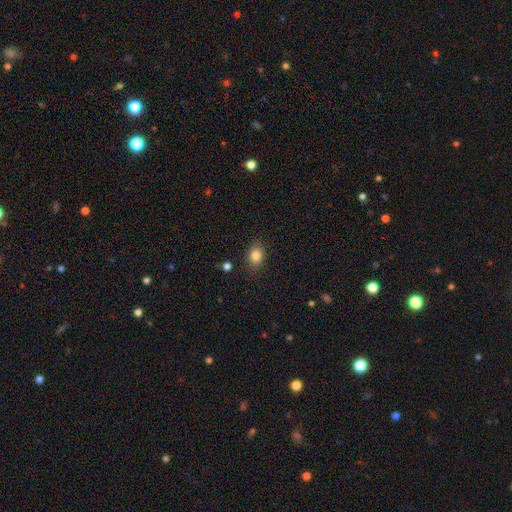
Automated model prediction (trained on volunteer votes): smooth 84%, star or artifact 10%, featured or disk 6%. Down the decision tree: how rounded — in between (67%); merging — none (85%).